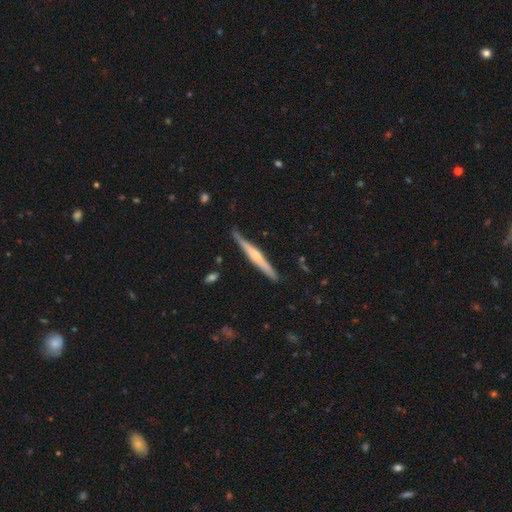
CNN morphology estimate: The model was most divided on "smooth or featured": featured or disk: 63%, smooth: 32%, star or artifact: 5%. More confident: edge-on disk — yes (97%); merging — none (85%); edge-on bulge — rounded (62%).